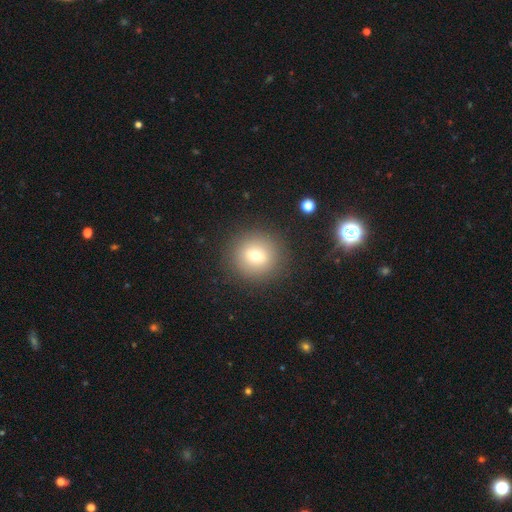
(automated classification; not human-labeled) The model was most divided on "smooth or featured": smooth: 68%, featured or disk: 18%, star or artifact: 14%. More confident: how rounded — round (91%); merging — none (88%).